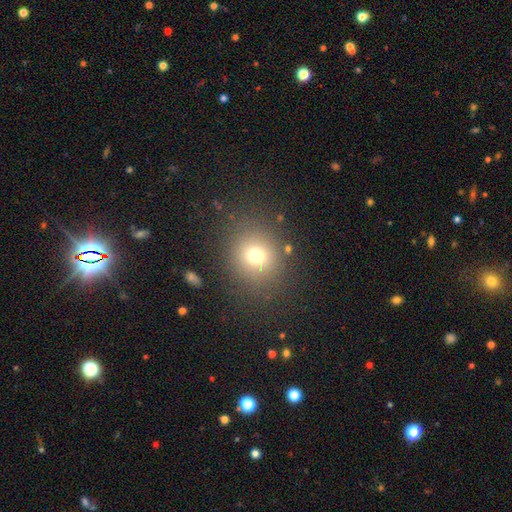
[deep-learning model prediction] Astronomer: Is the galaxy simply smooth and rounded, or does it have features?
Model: smooth — 72%.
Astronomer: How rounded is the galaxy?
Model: round — 81%.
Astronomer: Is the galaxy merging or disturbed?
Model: none — 83%.